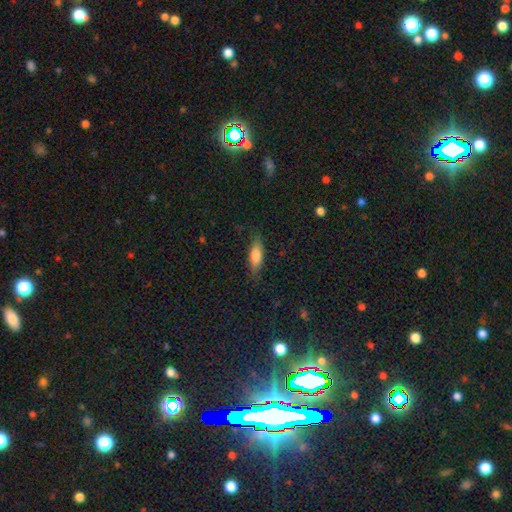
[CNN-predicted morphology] This is likely a smooth galaxy (76%). How rounded: likely in between (62%). Merging: clearly none (81%).